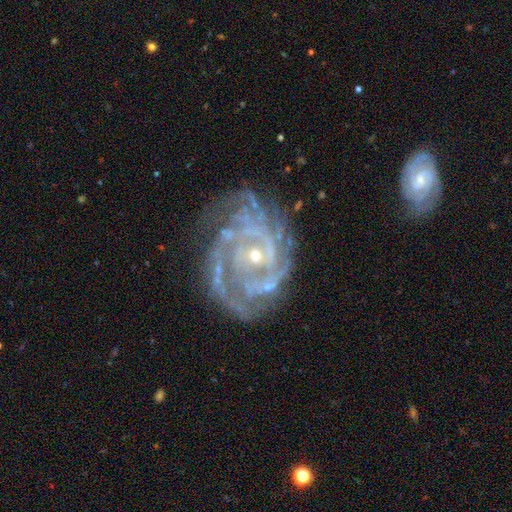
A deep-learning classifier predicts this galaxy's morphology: smooth-or-featured: featured or disk: 90% | star or artifact: 6% | smooth: 4%
  disk-edge-on: no: 98% | yes: 2%
    bar: no: 68% | weak: 23% | strong: 9%
    has-spiral-arms: yes: 97% | no: 3%
      spiral-winding: tight: 66% | medium: 29% | loose: 5%
      spiral-arm-count: 3: 24% | 2: 23% | can't tell: 21% | 4: 15% | more than 4: 9% | 1: 7%
    bulge-size: small: 77% | moderate: 19% | none: 2% | large: 1% | dominant: 1%
  merging: none: 63% | minor disturbance: 21% | major disturbance: 13% | merger: 2%